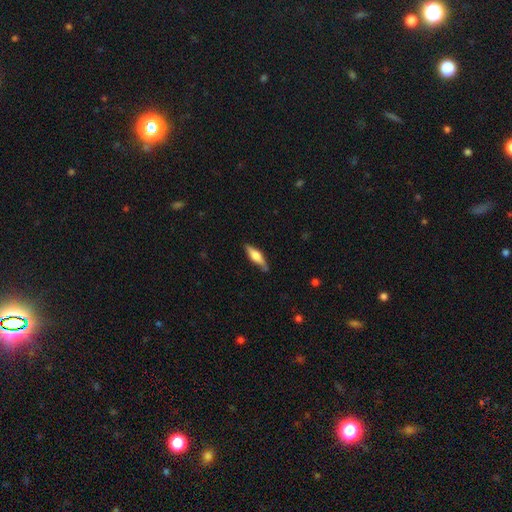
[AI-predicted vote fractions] This is possibly a smooth galaxy (49%). Merging: likely none (77%).